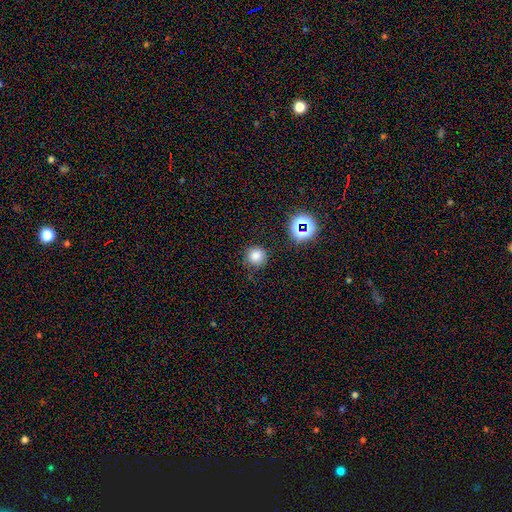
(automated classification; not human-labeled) Morphology: type=smooth (76%); roundness=round (93%); merging=none (84%).